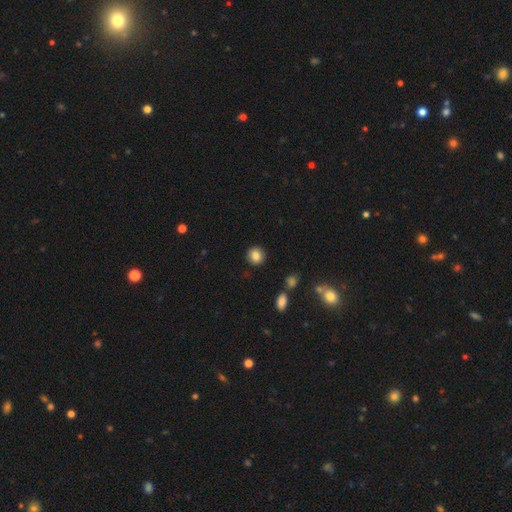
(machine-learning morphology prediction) This appears to be a smooth galaxy with no disk features (85%) that is round (87%). Merging: none (90%).